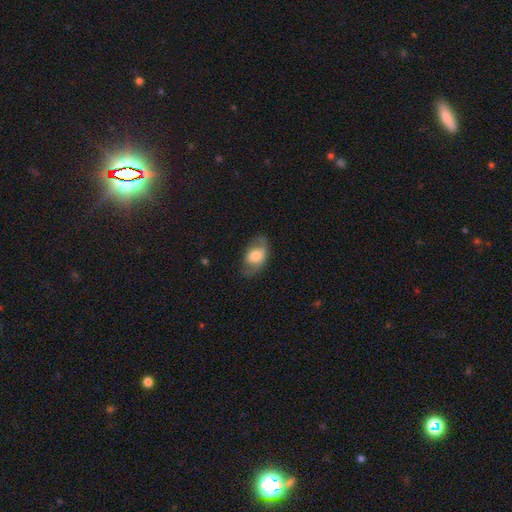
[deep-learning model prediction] Smooth or featured: smooth — 54% (featured or disk — 39%)
How rounded: in between — 86% (round — 12%)
Merging: none — 65% (minor disturbance — 22%)